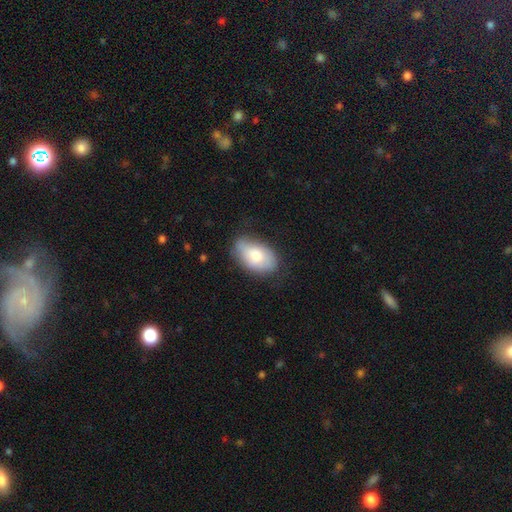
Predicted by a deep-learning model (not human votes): The model was most divided on "merging": none: 65%, minor disturbance: 27%, major disturbance: 7%, merger: 2%. More confident: how rounded — in between (92%); smooth or featured — smooth (72%).